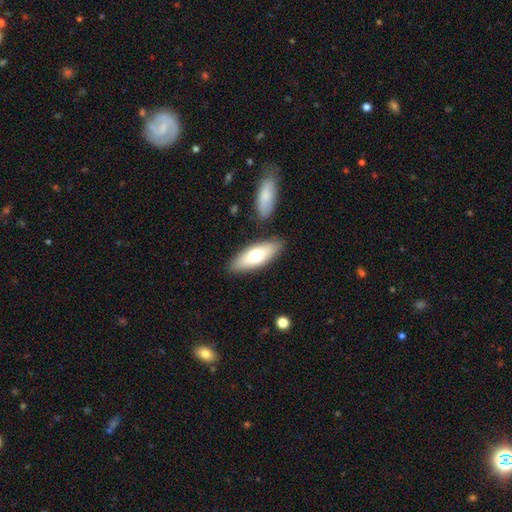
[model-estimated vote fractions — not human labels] smooth 67%, featured or disk 28%, star or artifact 6%. Down the decision tree: how rounded — in between (68%); merging — none (85%).